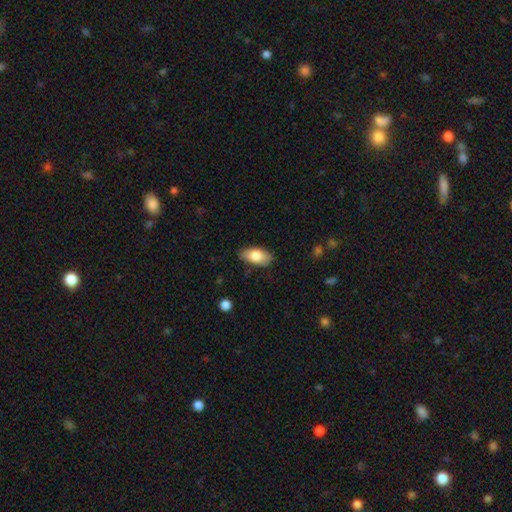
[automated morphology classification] The model was most divided on "smooth or featured": smooth: 80%, featured or disk: 14%, star or artifact: 6%. More confident: how rounded — in between (92%); merging — none (83%).